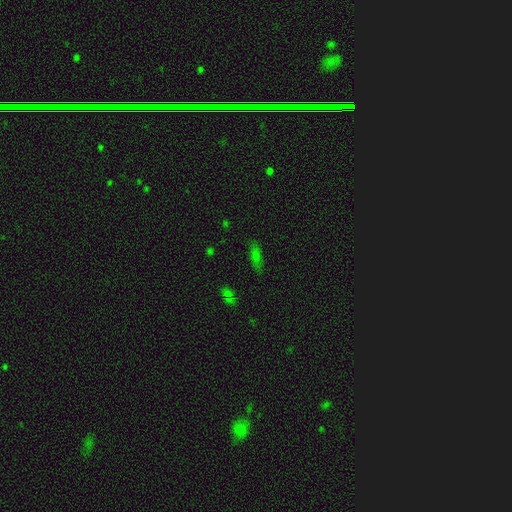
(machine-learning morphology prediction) The model was most divided on "how rounded": cigar-shaped: 48%, in between: 46%, round: 5%. More confident: merging — none (82%); smooth or featured — smooth (59%).